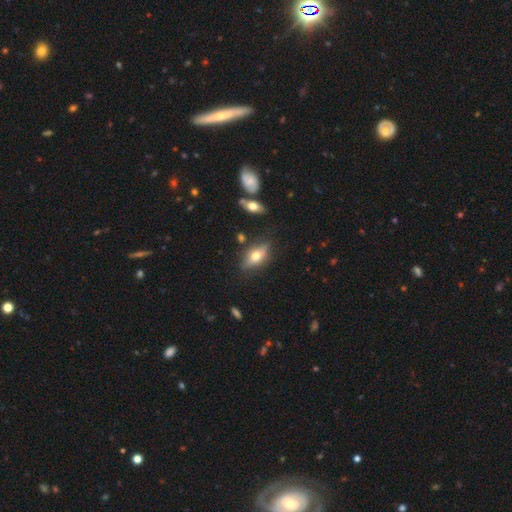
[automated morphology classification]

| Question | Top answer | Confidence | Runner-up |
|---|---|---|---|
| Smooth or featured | smooth | 54% | featured or disk (37%) |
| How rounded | in between | 77% | cigar-shaped (17%) |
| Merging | none | 75% | minor disturbance (17%) |